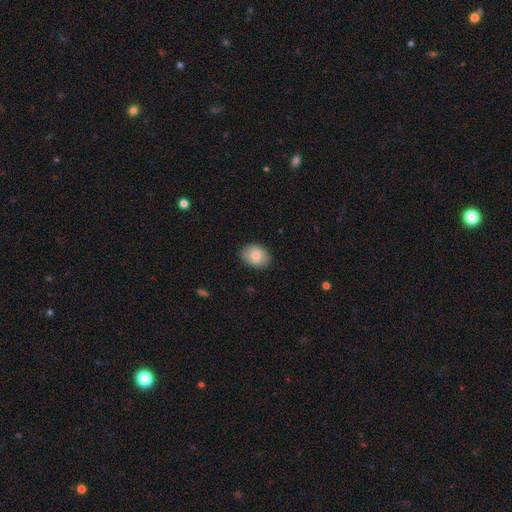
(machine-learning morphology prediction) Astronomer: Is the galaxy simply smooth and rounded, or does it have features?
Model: smooth — 81%.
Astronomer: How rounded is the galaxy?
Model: in between — 70%.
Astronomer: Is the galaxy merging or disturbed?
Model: none — 83%.